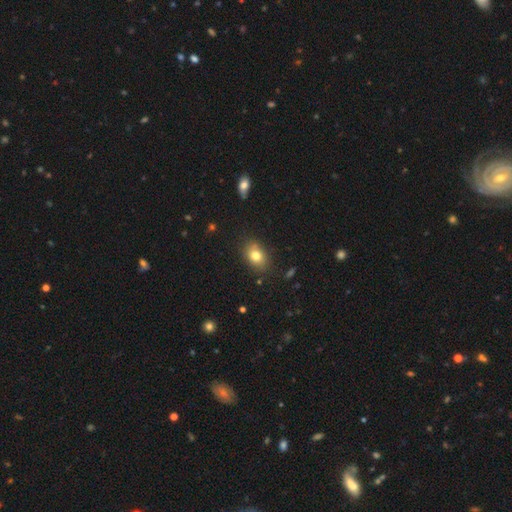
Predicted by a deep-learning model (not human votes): Smooth or featured? Predicted: smooth (p=0.79). How rounded? Predicted: in between (p=0.73). Merging? Predicted: none (p=0.81).